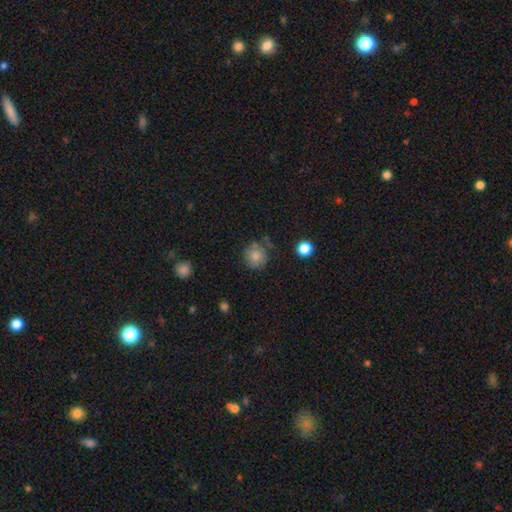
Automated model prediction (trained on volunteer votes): This appears to be a smooth galaxy with no disk features (79%) that is round (90%). Merging: none (70%).